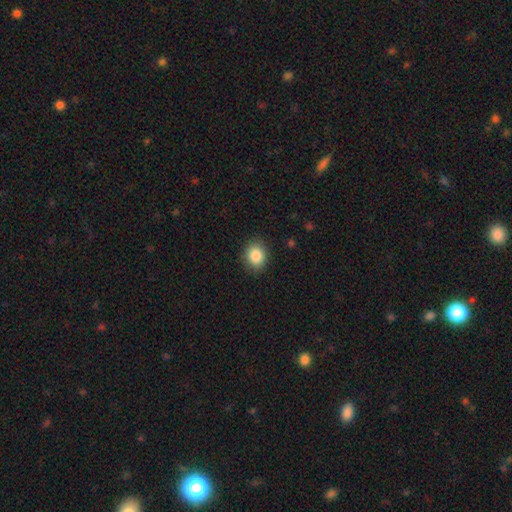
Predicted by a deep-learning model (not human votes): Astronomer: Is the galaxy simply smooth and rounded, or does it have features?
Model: smooth — 86%.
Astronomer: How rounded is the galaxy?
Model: round — 63%.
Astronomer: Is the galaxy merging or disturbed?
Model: none — 88%.